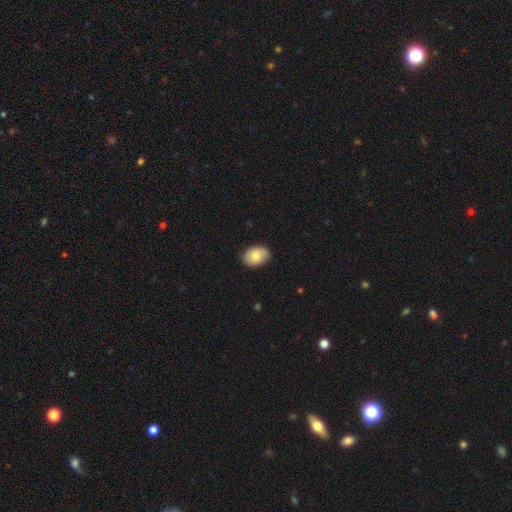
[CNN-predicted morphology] Smooth or featured?
  - smooth: 79% *
  - featured or disk: 14%
  - star or artifact: 7%
How rounded?
  - in between: 76% *
  - round: 23%
  - cigar-shaped: 1%
Merging?
  - none: 84% *
  - minor disturbance: 13%
  - major disturbance: 2%
  - merger: 1%